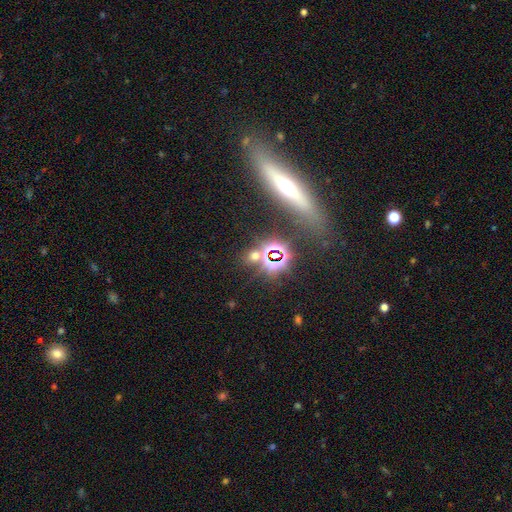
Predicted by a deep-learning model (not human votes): smooth_or_featured: star or artifact (p=0.54) [alt: smooth p=0.37]